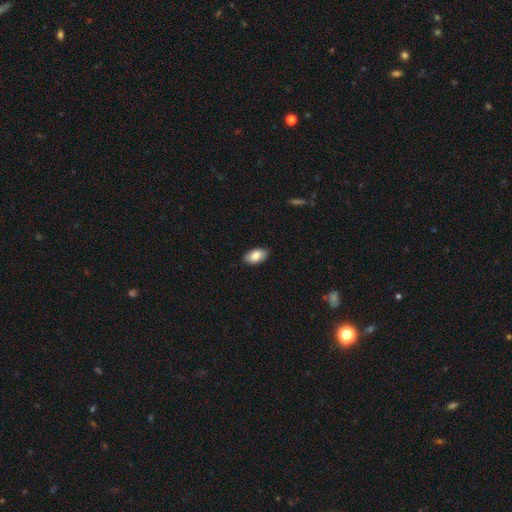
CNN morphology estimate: Smooth or featured? Predicted: smooth (p=0.82). How rounded? Predicted: in between (p=0.94). Merging? Predicted: none (p=0.87).